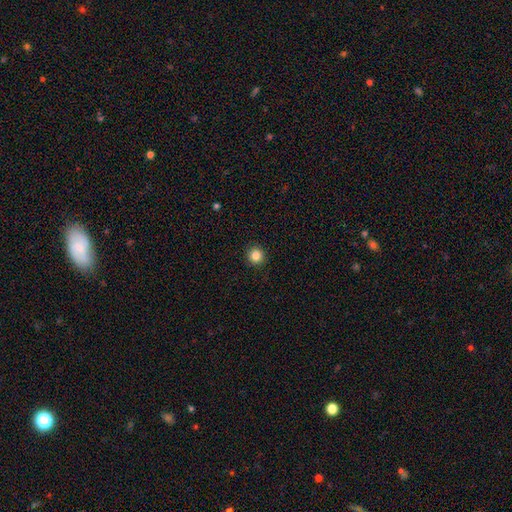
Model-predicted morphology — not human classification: Overall: smooth (84%). How rounded: round (95%). Merging: none (93%).